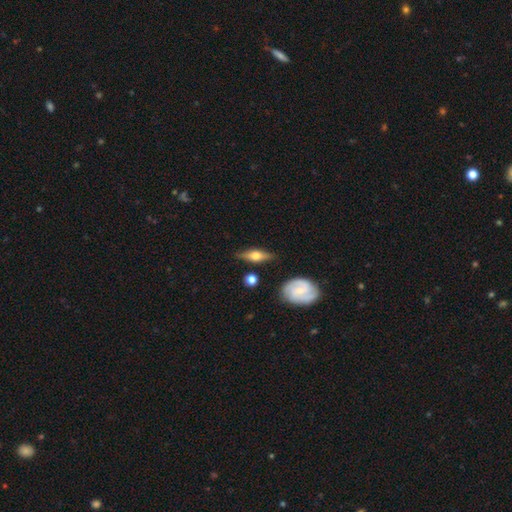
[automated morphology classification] Overall: featured or disk (57%; smooth 37%). Edge-on disk: yes (79%). Merging: none (77%).